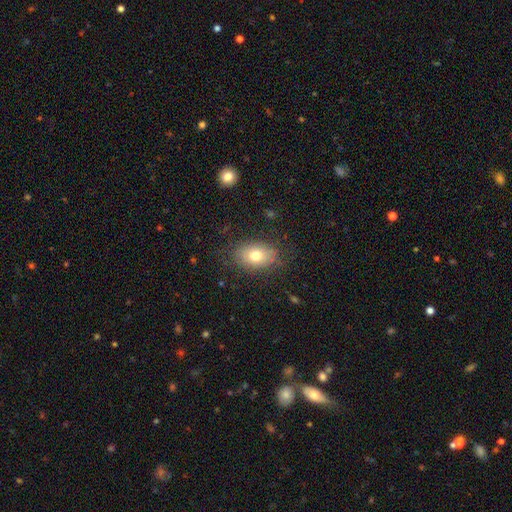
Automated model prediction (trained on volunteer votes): This appears to be a smooth galaxy with no disk features (74%) that is in between round and cigar-shaped (79%). Merging: none (79%).